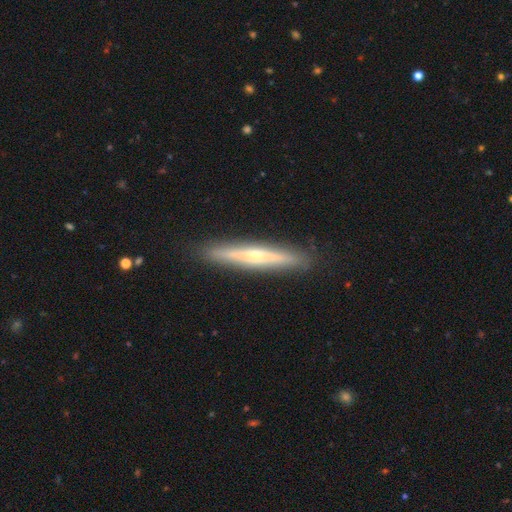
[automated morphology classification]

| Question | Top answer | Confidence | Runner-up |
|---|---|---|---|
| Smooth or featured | featured or disk | 61% | smooth (33%) |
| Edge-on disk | yes | 95% | no (5%) |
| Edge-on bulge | rounded | 66% | none (30%) |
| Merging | none | 90% | minor disturbance (7%) |